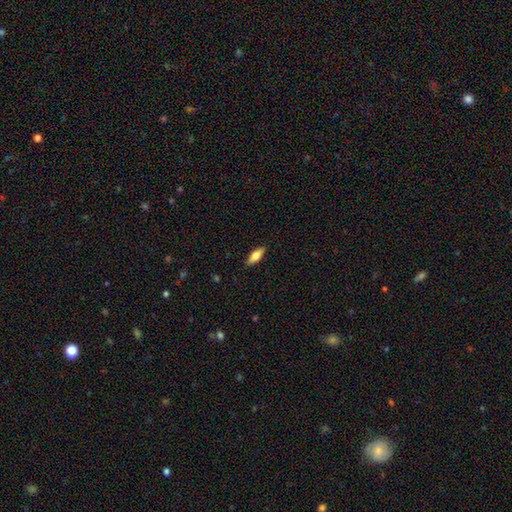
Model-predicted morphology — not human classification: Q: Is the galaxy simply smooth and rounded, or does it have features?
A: smooth — 72%.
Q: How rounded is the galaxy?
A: in between — 72%.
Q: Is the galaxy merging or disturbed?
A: none — 87%.